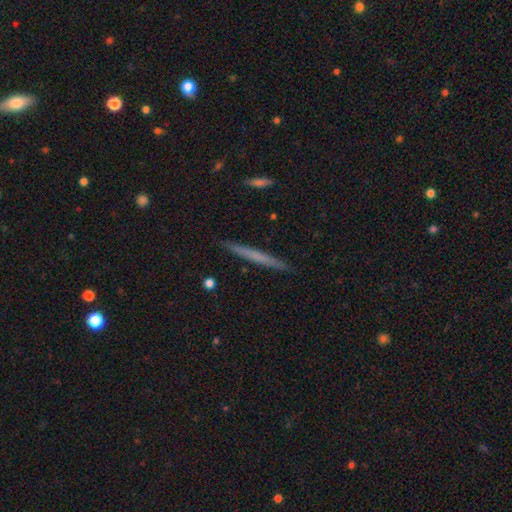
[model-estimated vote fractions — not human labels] Morphology: type=smooth (51%); roundness=cigar-shaped (97%); merging=none (91%).